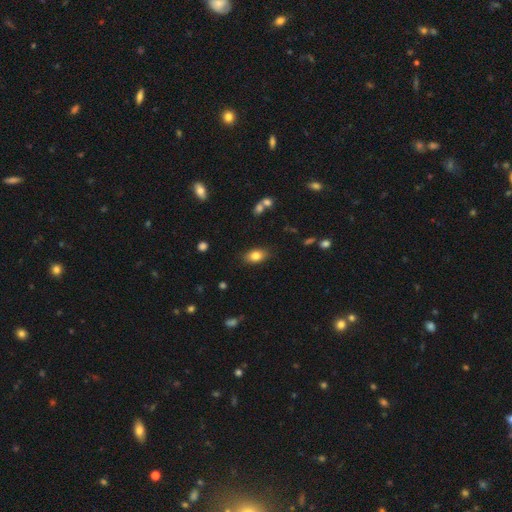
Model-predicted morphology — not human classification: Smooth or featured?
  - smooth: 80% *
  - featured or disk: 11%
  - star or artifact: 9%
How rounded?
  - in between: 86% *
  - round: 11%
  - cigar-shaped: 3%
Merging?
  - none: 84% *
  - minor disturbance: 11%
  - major disturbance: 3%
  - merger: 2%